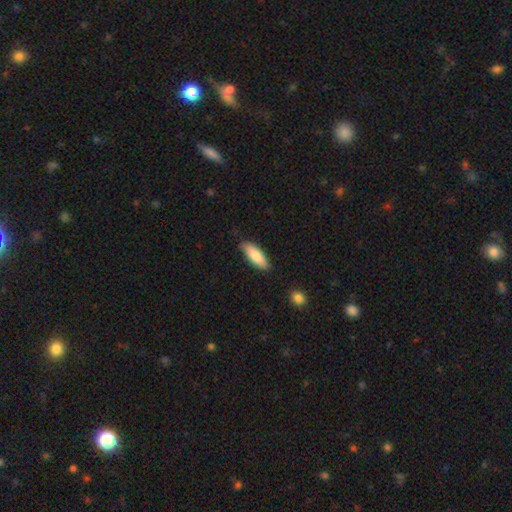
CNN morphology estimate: This appears to be a smooth galaxy with no disk features (84%) that is in between round and cigar-shaped (68%). Merging: none (83%).